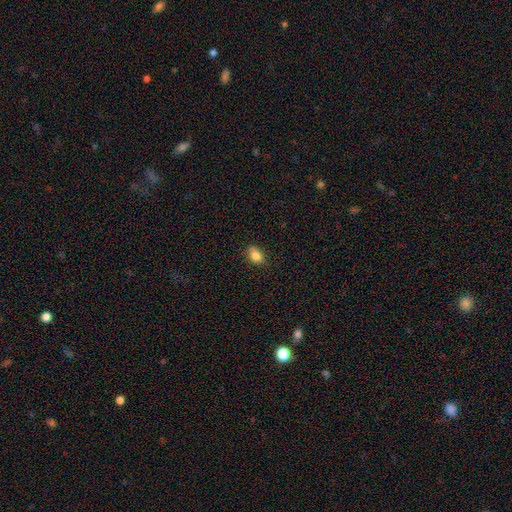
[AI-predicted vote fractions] A smooth galaxy with no disk features (82%) that is in between round and cigar-shaped (68%). Merging: none (73%).